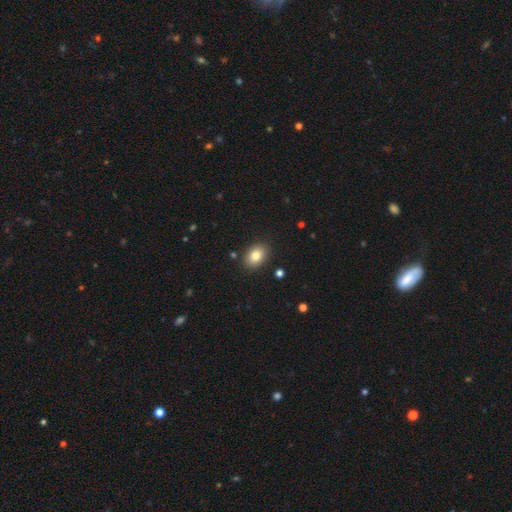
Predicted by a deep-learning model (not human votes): A smooth galaxy with no disk features (83%) that is in between round and cigar-shaped (73%). Merging: none (88%).